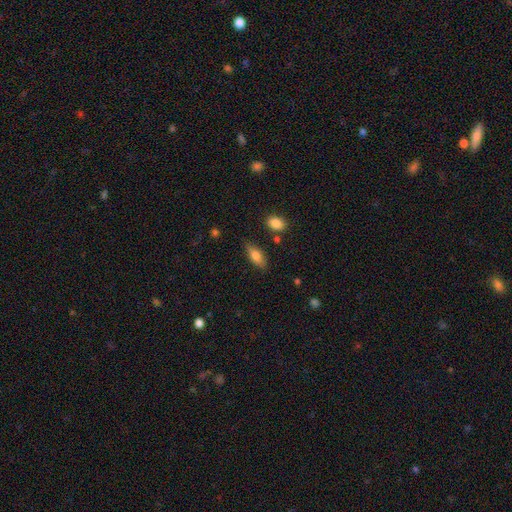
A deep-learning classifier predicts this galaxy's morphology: A smooth galaxy with no disk features (77%) that is in between round and cigar-shaped (79%). Merging: none (79%).